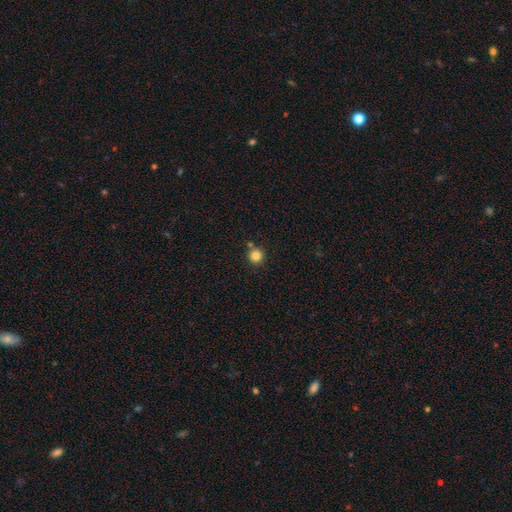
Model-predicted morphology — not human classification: smooth 84%, star or artifact 12%, featured or disk 4%. Down the decision tree: how rounded — round (95%); merging — none (84%).